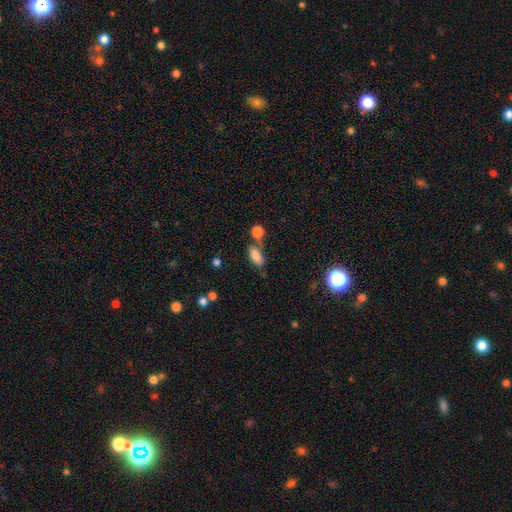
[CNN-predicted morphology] This appears to be a smooth galaxy with no disk features (82%) that is in between round and cigar-shaped (85%). Merging: none (55%).